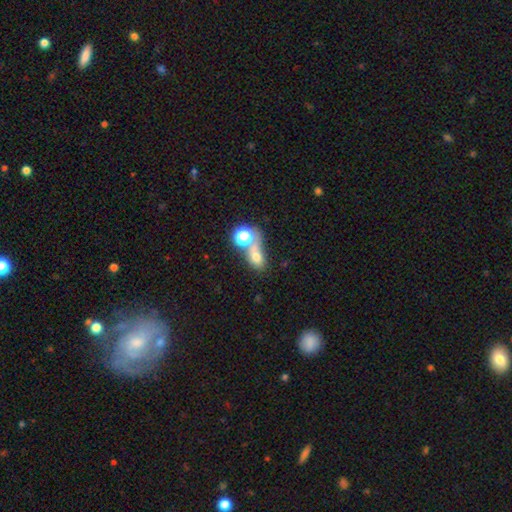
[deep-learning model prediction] smooth 67%, star or artifact 18%, featured or disk 15%. Down the decision tree: how rounded — in between (60%); merging — merger (47%).